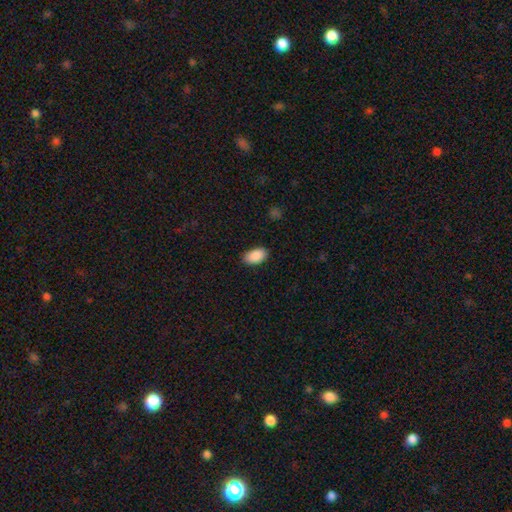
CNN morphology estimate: This appears to be a smooth galaxy with no disk features (90%) that is in between round and cigar-shaped (94%). Merging: none (88%).